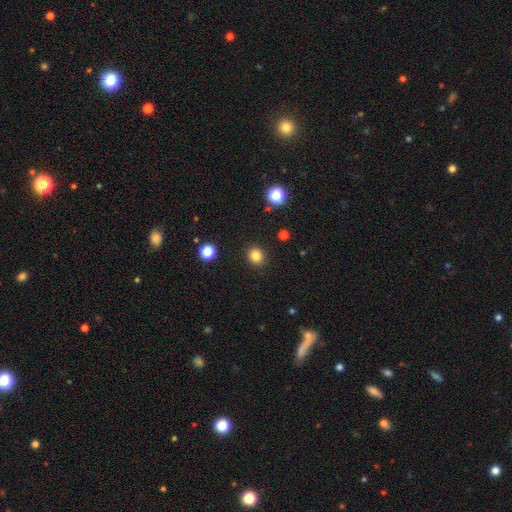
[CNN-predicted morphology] The model was most divided on "how rounded": round: 82%, in between: 17%, cigar-shaped: 1%. More confident: merging — none (91%); smooth or featured — smooth (83%).